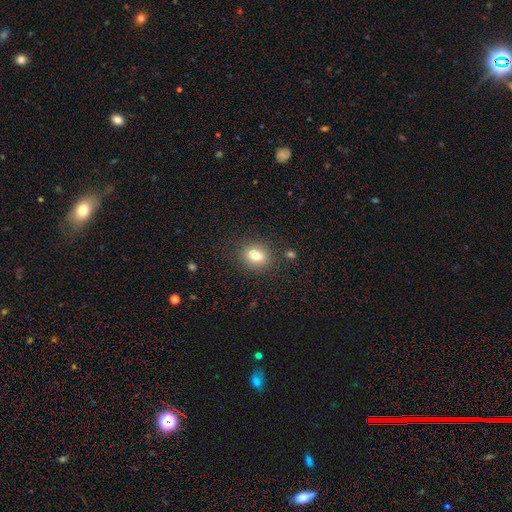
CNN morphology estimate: Smooth or featured?
  - smooth: 78% *
  - star or artifact: 12%
  - featured or disk: 10%
How rounded?
  - round: 59% *
  - in between: 40%
  - cigar-shaped: 1%
Merging?
  - none: 85% *
  - minor disturbance: 10%
  - major disturbance: 3%
  - merger: 2%